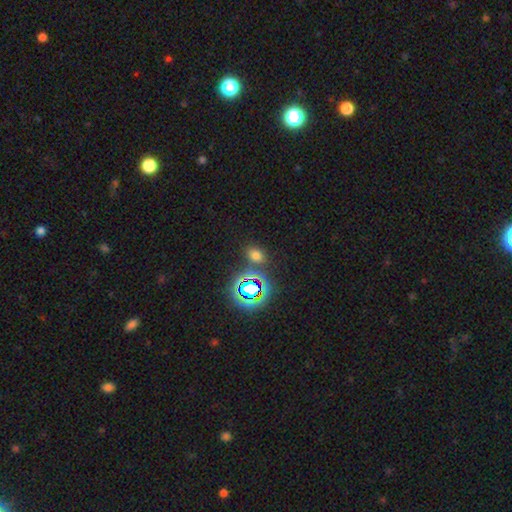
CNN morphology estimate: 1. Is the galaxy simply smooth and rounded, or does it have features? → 61% smooth, 31% star or artifact, 7% featured or disk.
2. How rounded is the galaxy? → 70% in between, 28% round, 2% cigar-shaped.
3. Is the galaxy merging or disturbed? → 80% none, 10% minor disturbance, 7% merger, 4% major disturbance.